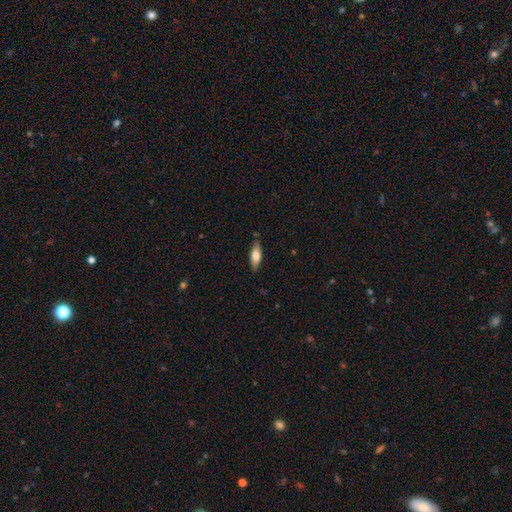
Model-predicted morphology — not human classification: smooth_or_featured: smooth (p=0.66) [alt: featured or disk p=0.27]
how_rounded: in between (p=0.65) [alt: cigar-shaped p=0.33]
merging: none (p=0.82) [alt: minor disturbance p=0.14]